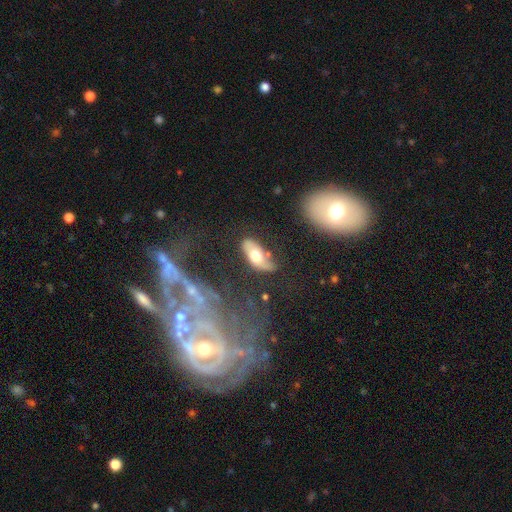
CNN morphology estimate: smooth 57%, featured or disk 36%, star or artifact 7%. Down the decision tree: how rounded — in between (85%); merging — none (58%).